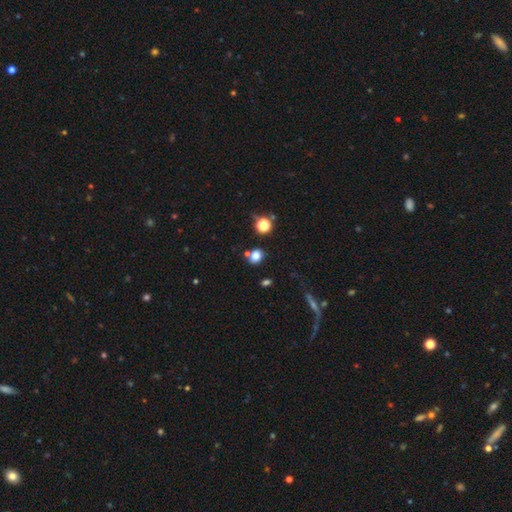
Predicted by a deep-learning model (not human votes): Smooth or featured? Predicted: smooth (p=0.78). How rounded? Predicted: round (p=0.53). Merging? Predicted: none (p=0.69).